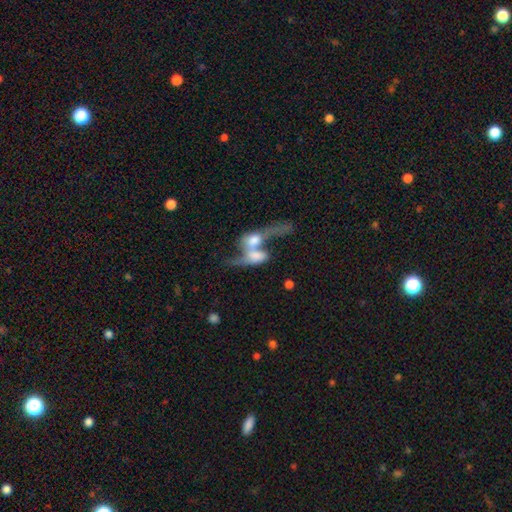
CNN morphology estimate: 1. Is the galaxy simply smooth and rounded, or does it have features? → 46% featured or disk, 45% smooth, 9% star or artifact.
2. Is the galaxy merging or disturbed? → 80% merger, 10% major disturbance, 7% none, 4% minor disturbance.